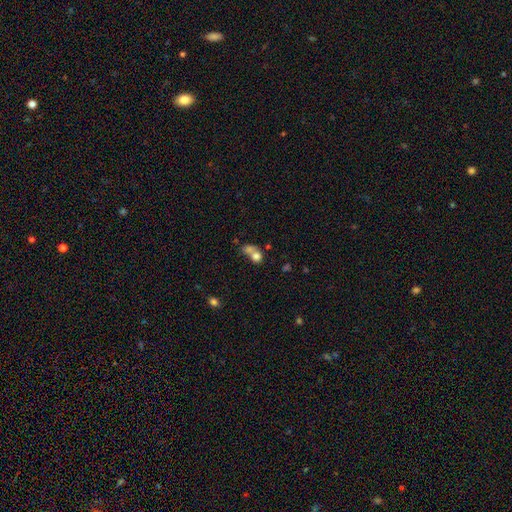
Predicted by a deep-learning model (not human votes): This is likely a smooth galaxy (73%). How rounded: likely round (63%). Merging: likely merger (60%).